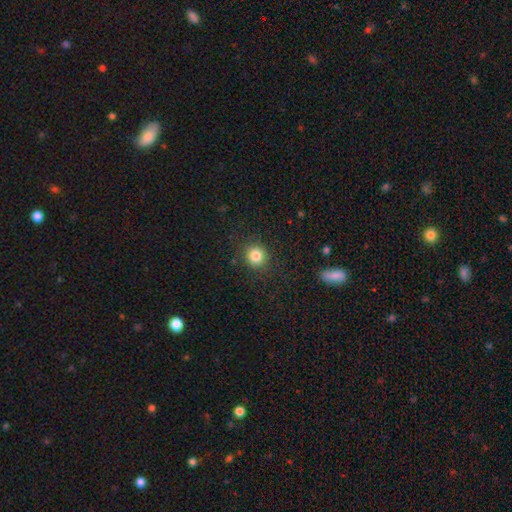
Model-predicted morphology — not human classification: Smooth or featured? smooth (83%)
How rounded? round (89%)
Merging? none (89%)